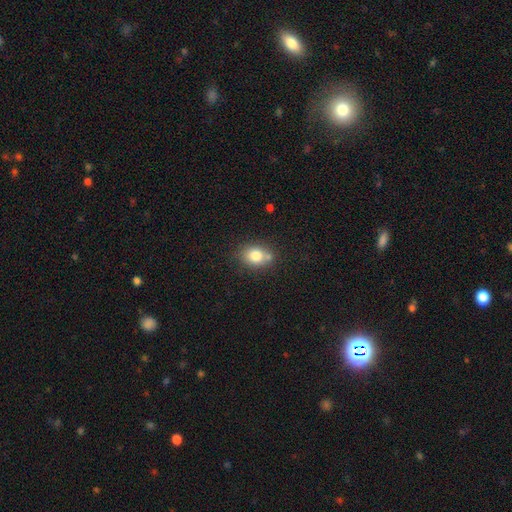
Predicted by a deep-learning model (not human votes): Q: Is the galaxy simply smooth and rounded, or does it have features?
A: smooth — 78%.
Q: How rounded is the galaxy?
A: round — 49%, tied with in between.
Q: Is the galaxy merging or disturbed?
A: none — 62%.